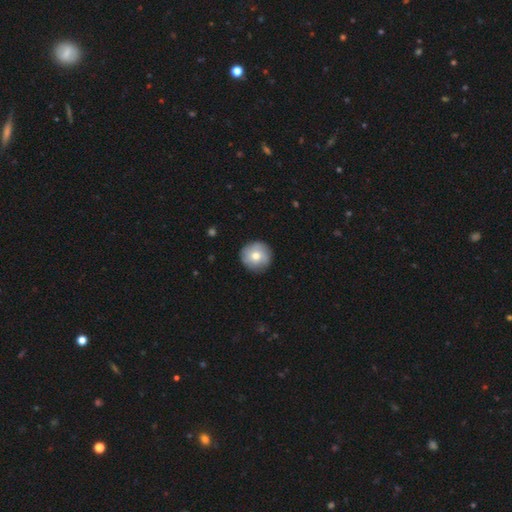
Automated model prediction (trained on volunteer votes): Morphology: type=smooth (66%); roundness=round (95%); merging=none (86%).